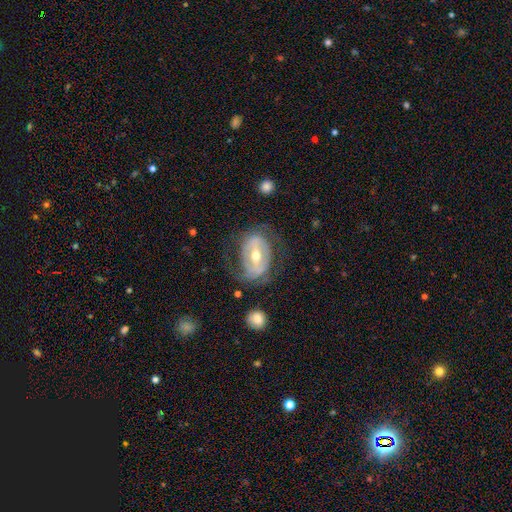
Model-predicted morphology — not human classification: Q: Smooth or featured?
A: featured or disk (76%); runner-up: smooth (19%)
Q: Edge-on disk?
A: no (94%); runner-up: yes (6%)
Q: Bar?
A: strong (50%); runner-up: weak (32%)
Q: Spiral arms?
A: yes (67%); runner-up: no (33%)
Q: Bulge size?
A: moderate (69%); runner-up: small (25%)
Q: Merging?
A: none (60%); runner-up: minor disturbance (19%)